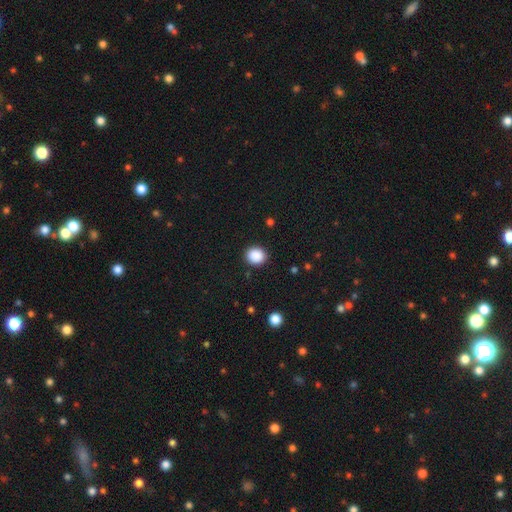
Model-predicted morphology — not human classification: smooth-or-featured: smooth: 89% | star or artifact: 9% | featured or disk: 3%
  how-rounded: round: 72% | in between: 27% | cigar-shaped: 1%
  merging: none: 89% | minor disturbance: 7% | major disturbance: 2% | merger: 1%